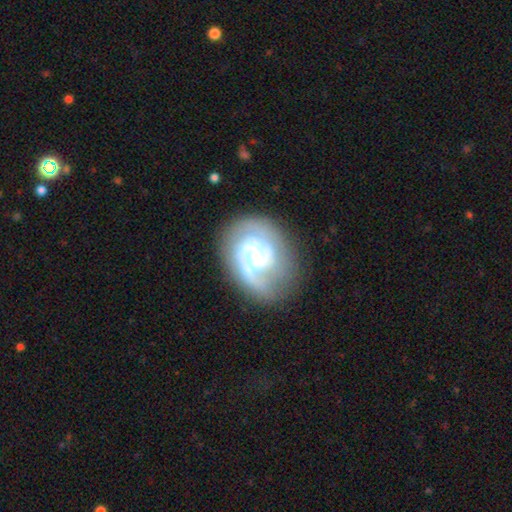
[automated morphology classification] Overall: featured or disk (83%). Edge-on disk: no (98%). Bar: no (47%; weak 40%). Spiral arms: yes (91%). Spiral arm count: 2 (53%; can't tell 16%). Spiral winding: medium (43%; tight 42%). Bulge size: small (52%; moderate 33%). Merging: none (63%).